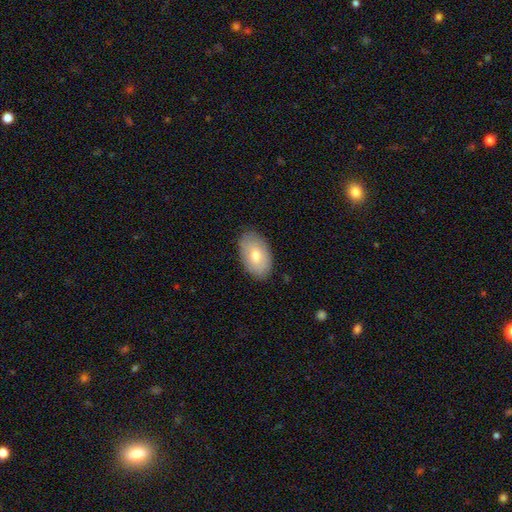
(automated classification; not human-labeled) Smooth or featured? Predicted: smooth (p=0.71). How rounded? Predicted: in between (p=0.91). Merging? Predicted: none (p=0.85).